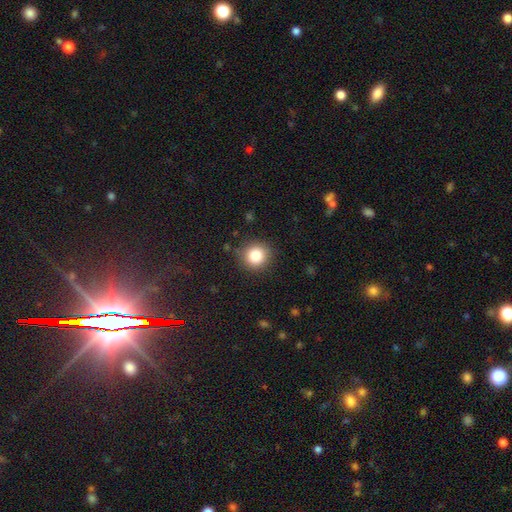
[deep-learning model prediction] Overall: smooth (84%). How rounded: round (92%). Merging: none (88%).